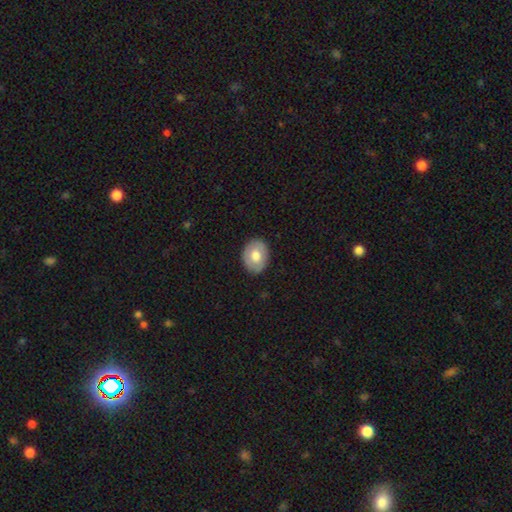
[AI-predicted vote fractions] Overall: smooth (68%). How rounded: in between (63%; round 36%). Merging: none (86%).